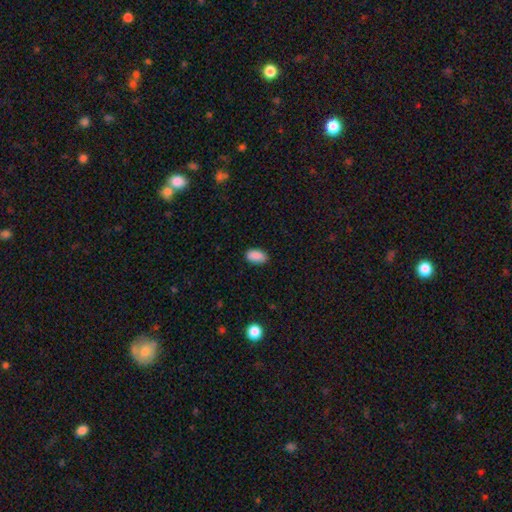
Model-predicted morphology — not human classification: Smooth or featured? Predicted: smooth (p=0.89). How rounded? Predicted: in between (p=0.93). Merging? Predicted: none (p=0.84).